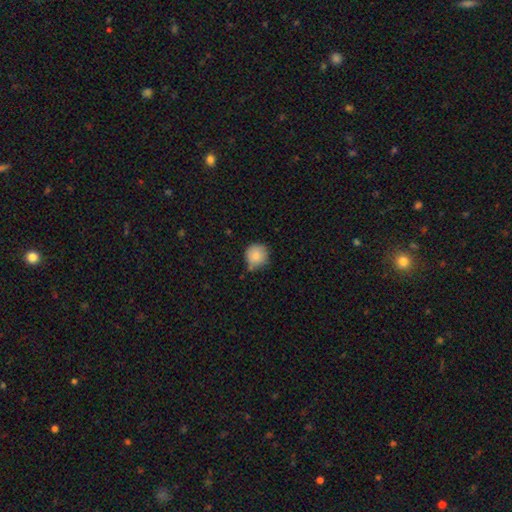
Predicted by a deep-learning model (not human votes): smooth 83%, star or artifact 9%, featured or disk 8%. Down the decision tree: how rounded — round (93%); merging — none (72%).